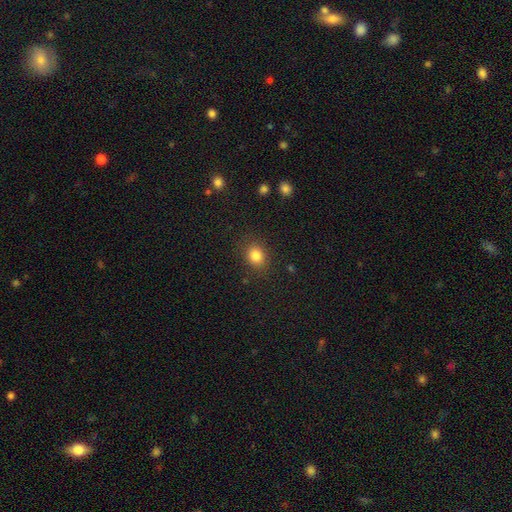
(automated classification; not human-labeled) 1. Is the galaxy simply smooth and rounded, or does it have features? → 83% smooth, 11% star or artifact, 6% featured or disk.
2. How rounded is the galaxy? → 57% round, 42% in between, 1% cigar-shaped.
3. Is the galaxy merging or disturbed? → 85% none, 10% minor disturbance, 4% major disturbance, 1% merger.